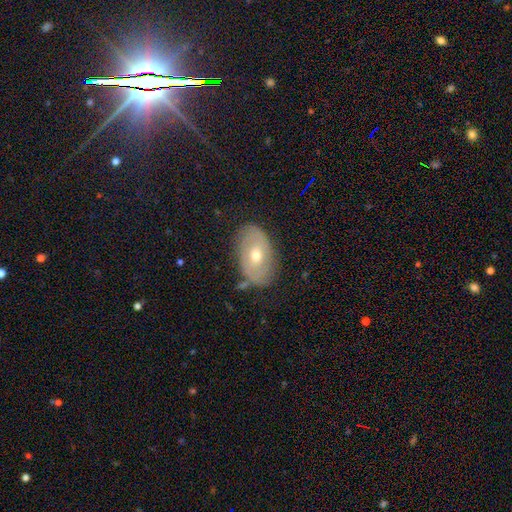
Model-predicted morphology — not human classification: Smooth or featured: featured or disk — 61% (smooth — 30%)
Edge-on disk: no — 91% (yes — 9%)
Bar: no — 67% (weak — 26%)
Spiral arms: yes — 59% (no — 41%)
Bulge size: moderate — 65% (small — 31%)
Merging: none — 78% (minor disturbance — 16%)